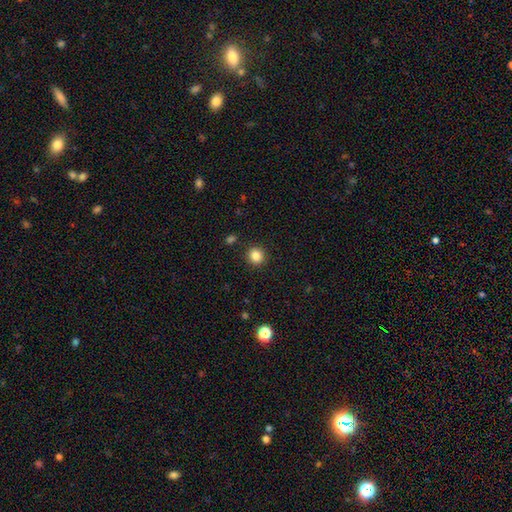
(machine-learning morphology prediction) smooth 85%, star or artifact 11%, featured or disk 4%. Down the decision tree: how rounded — round (89%); merging — none (90%).